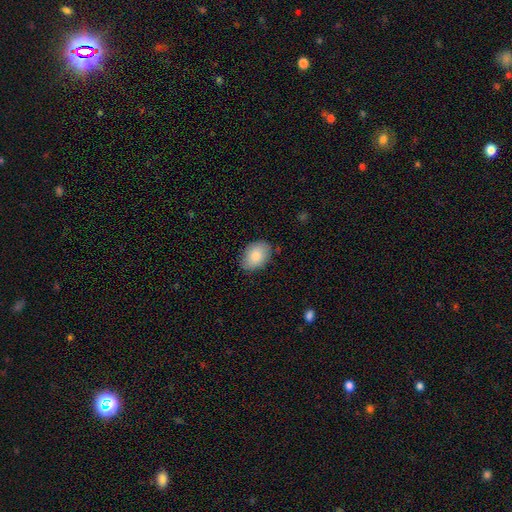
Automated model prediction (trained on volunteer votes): Smooth or featured? Predicted: smooth (p=0.83). How rounded? Predicted: in between (p=0.82). Merging? Predicted: none (p=0.82).